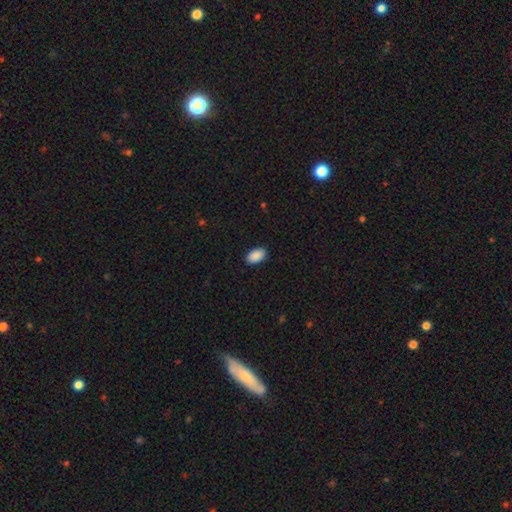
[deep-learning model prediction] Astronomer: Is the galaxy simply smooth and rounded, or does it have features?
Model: smooth — 91%.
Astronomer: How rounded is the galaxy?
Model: in between — 94%.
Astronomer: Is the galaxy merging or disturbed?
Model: none — 90%.